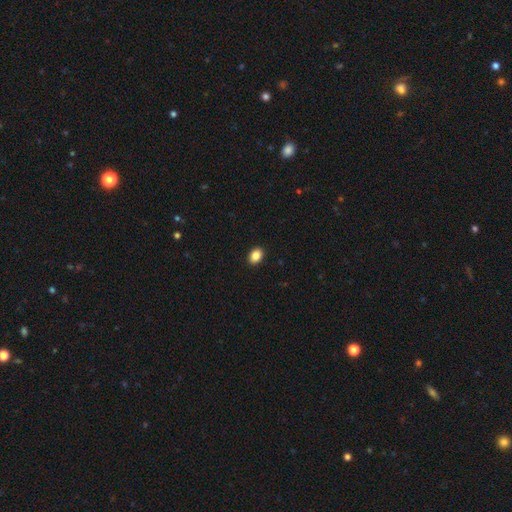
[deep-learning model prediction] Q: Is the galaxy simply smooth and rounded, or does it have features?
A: smooth — 87%.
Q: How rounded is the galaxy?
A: in between — 77%.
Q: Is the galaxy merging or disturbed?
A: none — 91%.